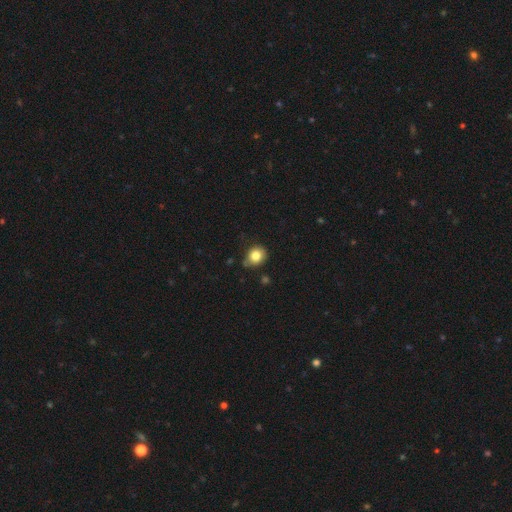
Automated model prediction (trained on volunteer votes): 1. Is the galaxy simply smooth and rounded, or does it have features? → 82% smooth, 10% star or artifact, 8% featured or disk.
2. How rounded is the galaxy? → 72% round, 27% in between, 1% cigar-shaped.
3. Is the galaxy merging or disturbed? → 72% none, 21% minor disturbance, 4% major disturbance, 3% merger.